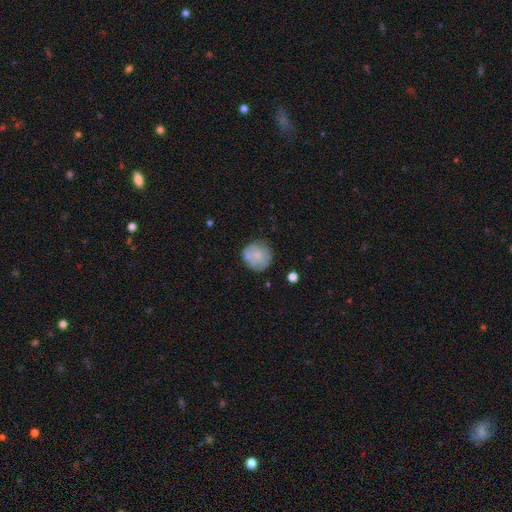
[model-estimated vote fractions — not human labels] Smooth or featured? smooth (63%)
How rounded? round (89%)
Merging? none (66%)